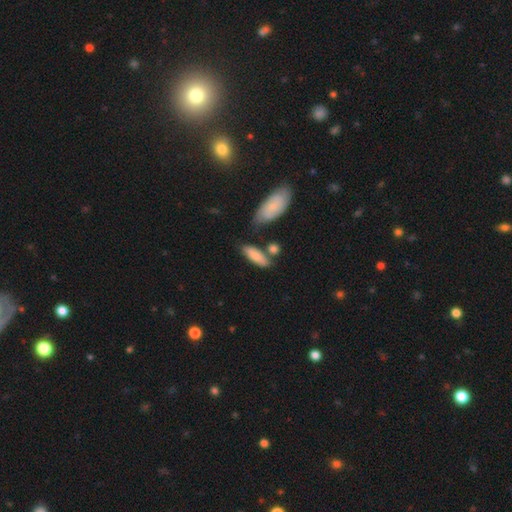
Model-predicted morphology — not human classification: This is likely a smooth galaxy (79%). How rounded: possibly in between (58%). Merging: likely none (62%).